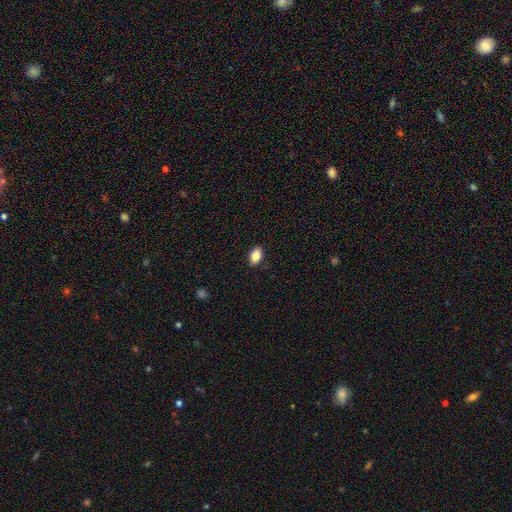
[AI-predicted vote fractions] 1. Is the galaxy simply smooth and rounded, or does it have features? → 85% smooth, 8% star or artifact, 7% featured or disk.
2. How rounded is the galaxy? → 88% in between, 10% round, 2% cigar-shaped.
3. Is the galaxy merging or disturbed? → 89% none, 8% minor disturbance, 2% major disturbance, 1% merger.